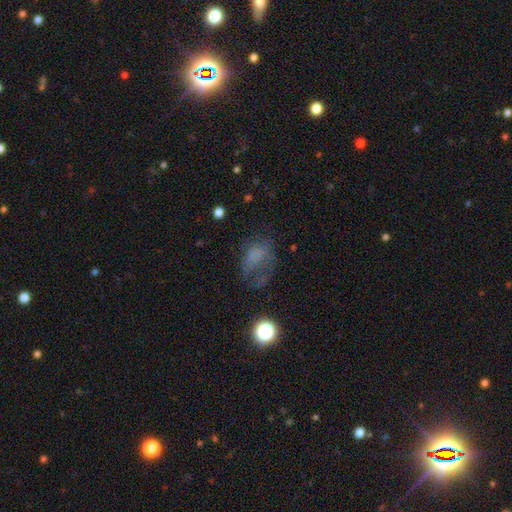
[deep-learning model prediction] smooth 54%, featured or disk 26%, star or artifact 20%. Down the decision tree: how rounded — in between (71%); merging — major disturbance (37%).